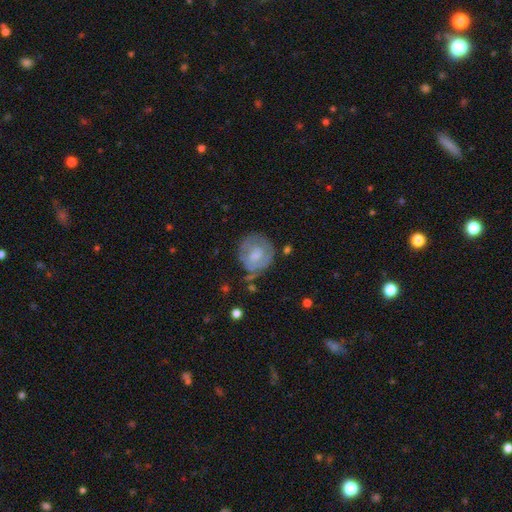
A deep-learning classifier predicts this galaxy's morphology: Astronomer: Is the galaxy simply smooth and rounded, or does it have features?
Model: featured or disk — 50% (runner-up: smooth, 43%).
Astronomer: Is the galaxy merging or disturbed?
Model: none — 56%.